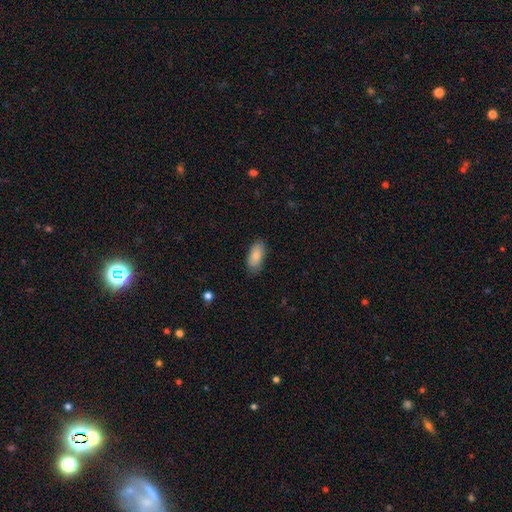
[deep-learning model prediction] Morphology: type=smooth (85%); roundness=in between (90%); merging=none (82%).